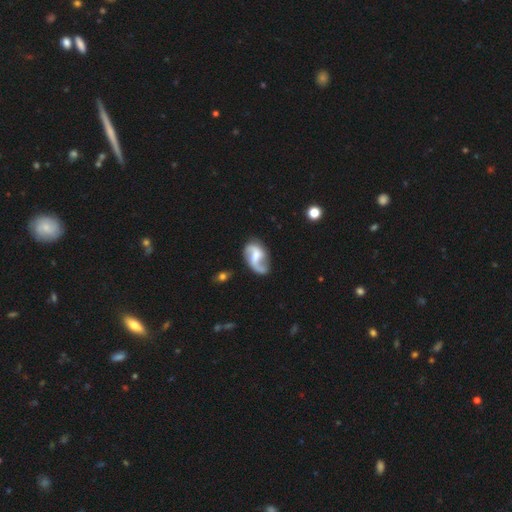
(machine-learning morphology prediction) featured or disk 81%, smooth 13%, star or artifact 6%. Down the decision tree: edge-on disk — no (98%); bar — weak (50%); spiral arms — yes (94%); spiral arm count — 2 (83%); spiral winding — loose (61%); bulge size — moderate (33%); merging — none (61%).